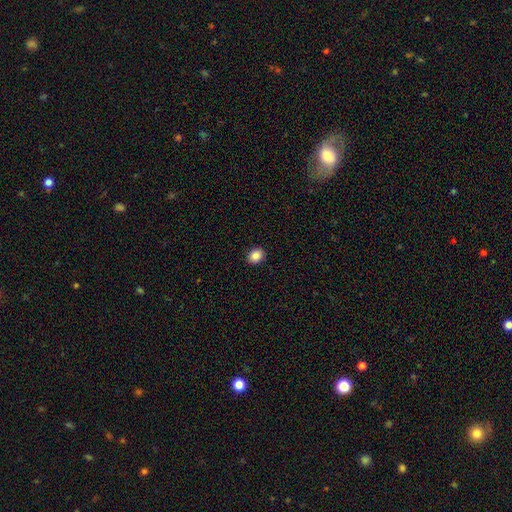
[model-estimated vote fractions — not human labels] Smooth or featured? smooth (86%)
How rounded? round (54%)
Merging? none (92%)